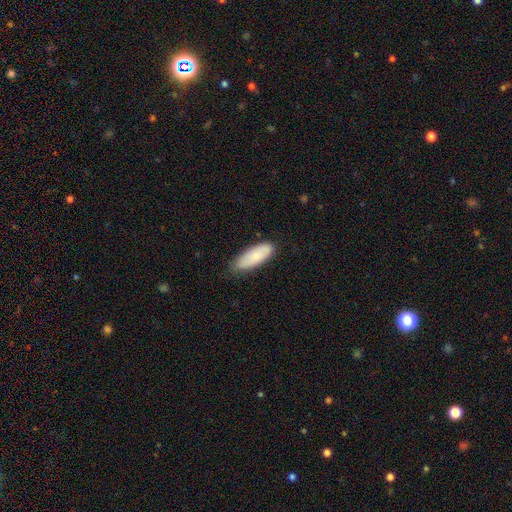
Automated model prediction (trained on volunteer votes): The model was most divided on "how rounded": in between: 69%, cigar-shaped: 29%, round: 2%. More confident: smooth or featured — smooth (80%); merging — none (74%).